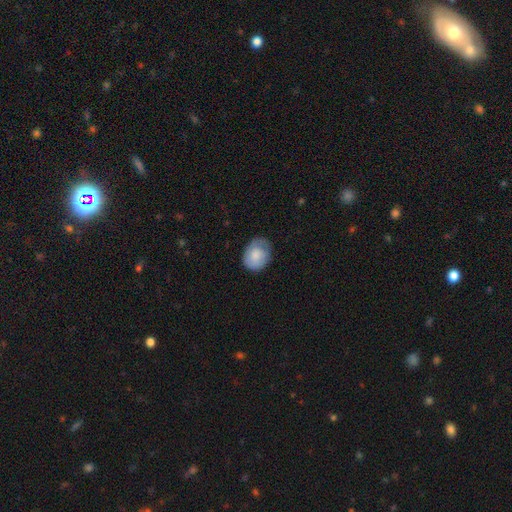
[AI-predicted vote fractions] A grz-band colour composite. It shows a smooth galaxy with no disk features (76%) that is round (53%). Merging: none (58%).